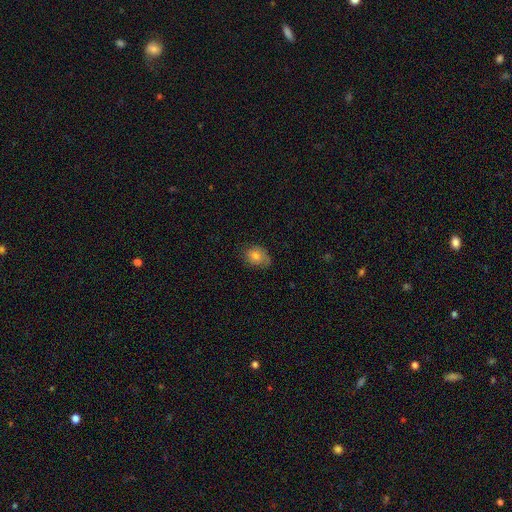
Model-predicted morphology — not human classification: type=smooth (75%); roundness=in between (61%); merging=none (64%).